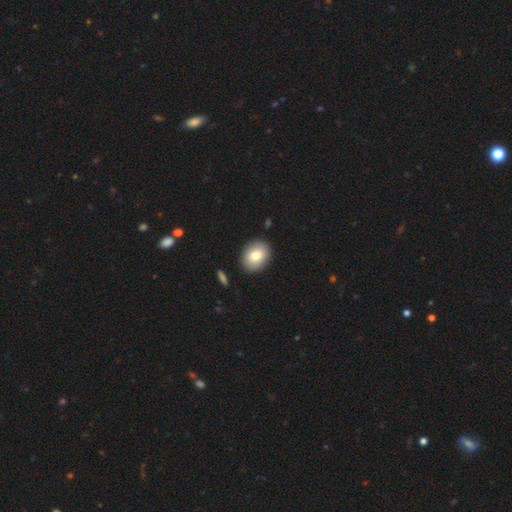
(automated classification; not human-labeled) Smooth or featured? smooth (80%)
How rounded? in between (55%)
Merging? none (89%)